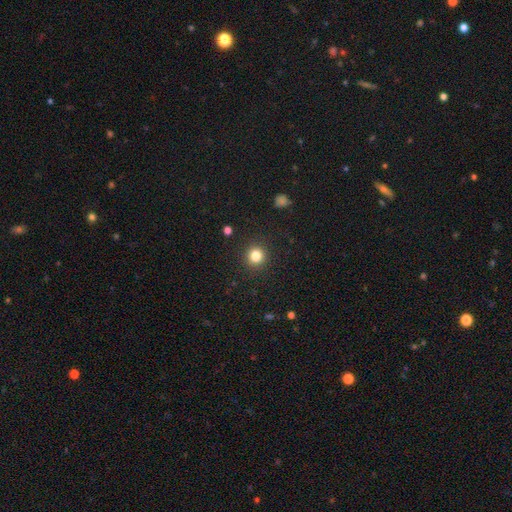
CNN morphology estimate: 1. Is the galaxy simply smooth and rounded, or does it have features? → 83% smooth, 12% star or artifact, 5% featured or disk.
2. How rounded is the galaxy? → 93% round, 7% in between, 1% cigar-shaped.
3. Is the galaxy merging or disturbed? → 91% none, 6% minor disturbance, 2% major disturbance, 1% merger.